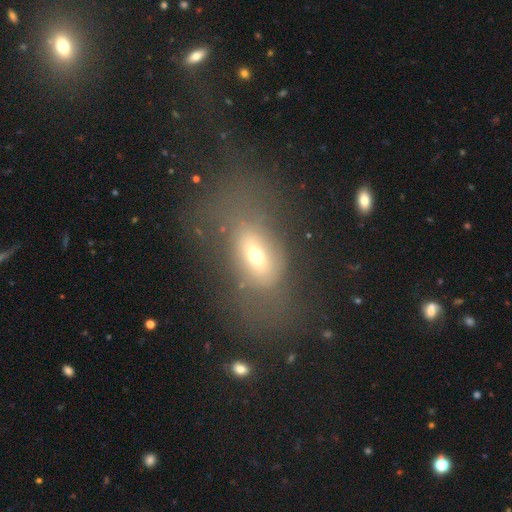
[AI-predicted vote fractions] This is possibly a smooth galaxy (50%). How rounded: likely in between (76%). Merging: marginally none (38%).